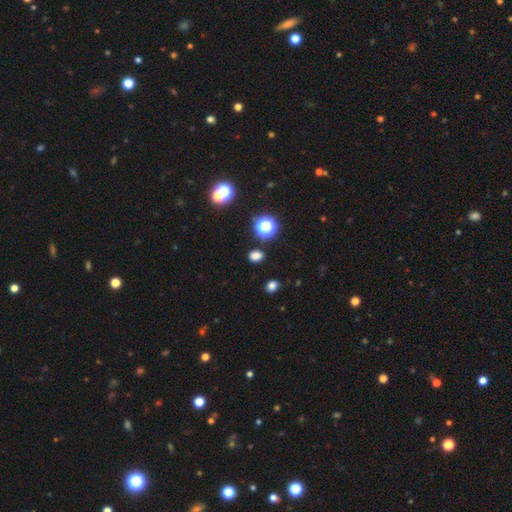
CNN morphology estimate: smooth 73%, star or artifact 22%, featured or disk 4%. Down the decision tree: how rounded — in between (60%); merging — none (86%).